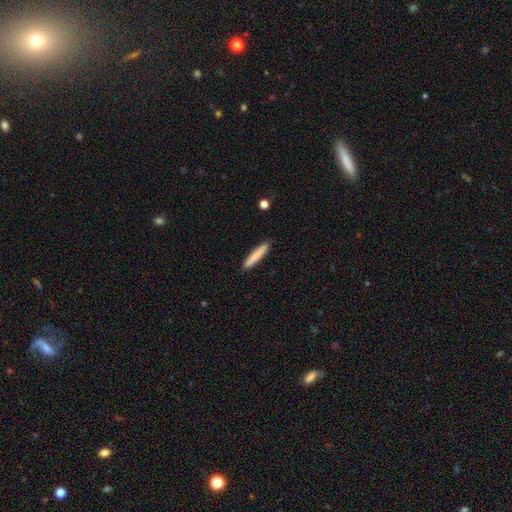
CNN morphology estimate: Smooth or featured?
  - smooth: 81% *
  - featured or disk: 13%
  - star or artifact: 6%
How rounded?
  - cigar-shaped: 93% *
  - in between: 6%
  - round: 1%
Merging?
  - none: 90% *
  - minor disturbance: 7%
  - major disturbance: 1%
  - merger: 1%